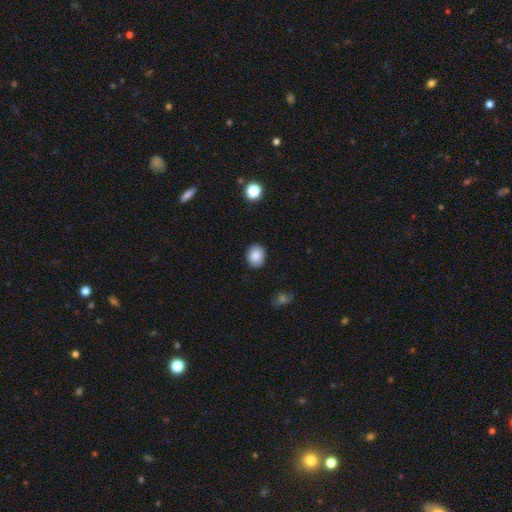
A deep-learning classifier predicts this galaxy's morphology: A smooth galaxy with no disk features (87%) that is round (51%).

Vote fractions:
- Smooth or featured? smooth: 87% / star or artifact: 8% / featured or disk: 5%
- How rounded? round: 51% / in between: 48% / cigar-shaped: 1%
- Merging? none: 88% / minor disturbance: 9% / major disturbance: 2% / merger: 1%